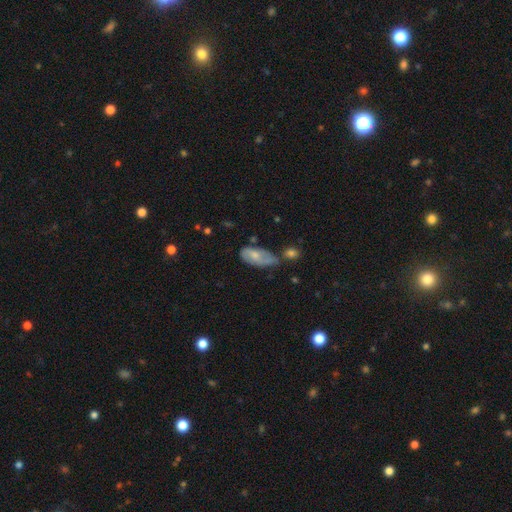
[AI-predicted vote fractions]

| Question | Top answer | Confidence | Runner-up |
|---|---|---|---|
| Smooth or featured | smooth | 55% | featured or disk (38%) |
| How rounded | in between | 89% | cigar-shaped (8%) |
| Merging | none | 38% | minor disturbance (33%) |